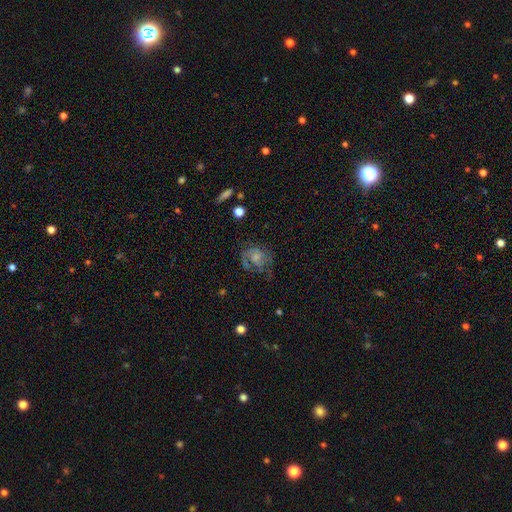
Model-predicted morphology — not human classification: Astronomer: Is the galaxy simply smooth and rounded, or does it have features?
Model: featured or disk — 66%.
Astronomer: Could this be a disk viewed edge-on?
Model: no — 97%.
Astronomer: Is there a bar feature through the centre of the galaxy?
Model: no — 68%.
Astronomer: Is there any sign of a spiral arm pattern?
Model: yes — 88%.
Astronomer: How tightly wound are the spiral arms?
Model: tight — 46% (runner-up: medium, 41%).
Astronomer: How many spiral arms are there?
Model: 2 — 42% (runner-up: can't tell, 27%).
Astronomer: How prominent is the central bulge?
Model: small — 47% (runner-up: moderate, 34%).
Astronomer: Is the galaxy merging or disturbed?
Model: none — 65%.